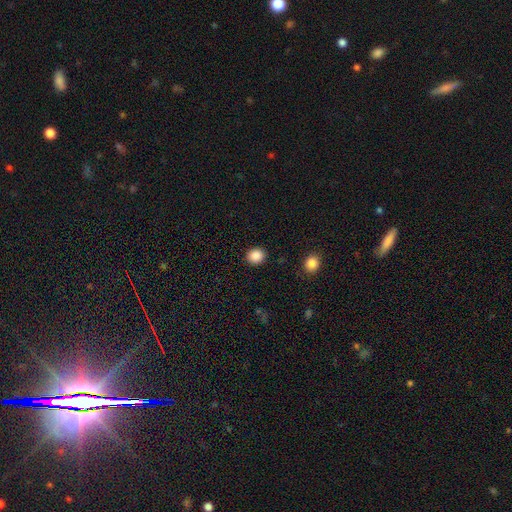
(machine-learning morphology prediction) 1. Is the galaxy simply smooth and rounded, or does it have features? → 88% smooth, 9% star or artifact, 3% featured or disk.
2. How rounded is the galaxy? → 79% round, 20% in between, 1% cigar-shaped.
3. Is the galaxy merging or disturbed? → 90% none, 6% minor disturbance, 2% major disturbance, 1% merger.